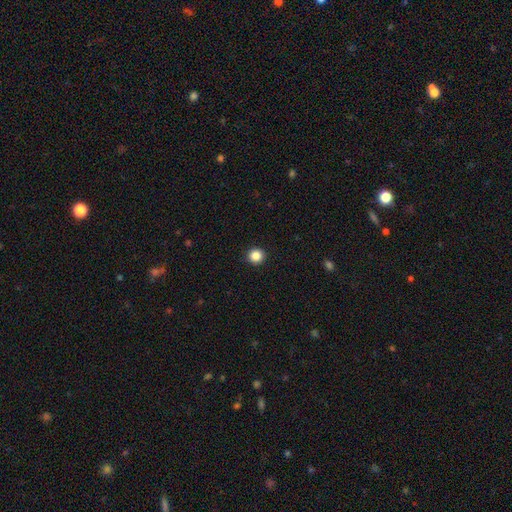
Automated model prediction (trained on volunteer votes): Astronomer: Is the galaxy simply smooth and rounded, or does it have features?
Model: smooth — 86%.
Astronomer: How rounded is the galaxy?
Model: round — 94%.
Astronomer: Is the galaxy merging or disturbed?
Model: none — 94%.